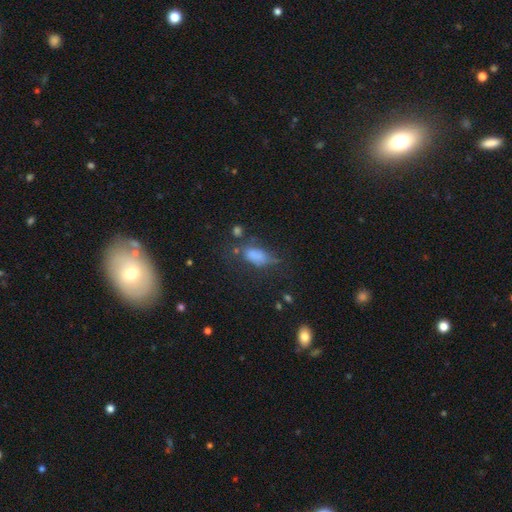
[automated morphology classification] Q: Smooth or featured?
A: smooth (70%); runner-up: featured or disk (16%)
Q: How rounded?
A: in between (84%); runner-up: cigar-shaped (10%)
Q: Merging?
A: none (36%); runner-up: major disturbance (29%)